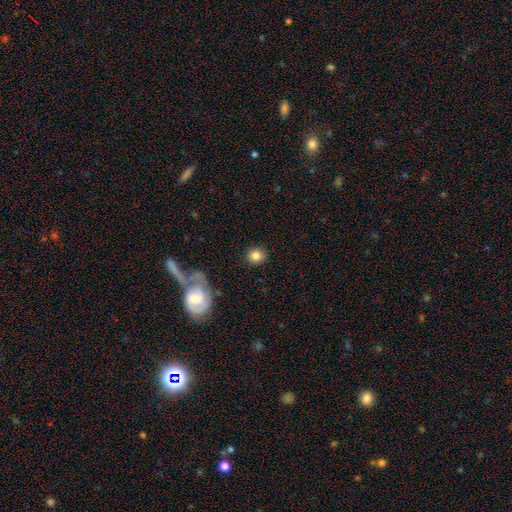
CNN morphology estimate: A smooth galaxy with no disk features (83%) that is round (83%).

Vote fractions:
- Smooth or featured? smooth: 83% / star or artifact: 9% / featured or disk: 9%
- How rounded? round: 83% / in between: 16% / cigar-shaped: 1%
- Merging? none: 87% / minor disturbance: 8% / major disturbance: 3% / merger: 2%